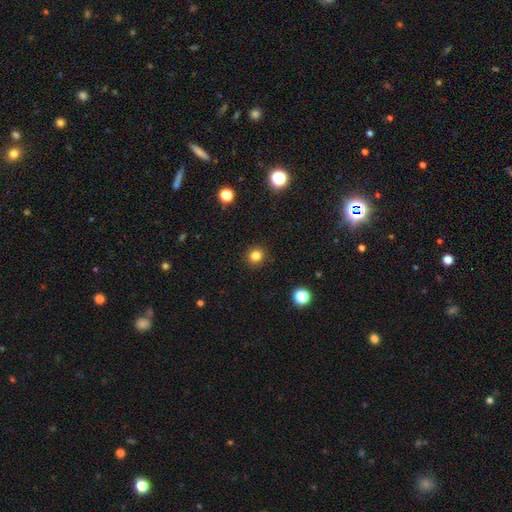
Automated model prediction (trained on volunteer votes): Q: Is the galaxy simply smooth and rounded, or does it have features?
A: smooth — 82%.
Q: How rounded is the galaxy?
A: round — 91%.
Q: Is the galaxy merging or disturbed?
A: none — 92%.